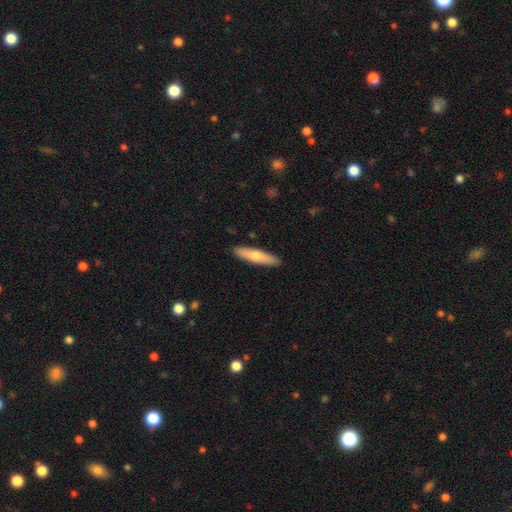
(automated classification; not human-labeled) This is likely a smooth galaxy (66%). How rounded: likely cigar-shaped (79%). Merging: clearly none (90%).